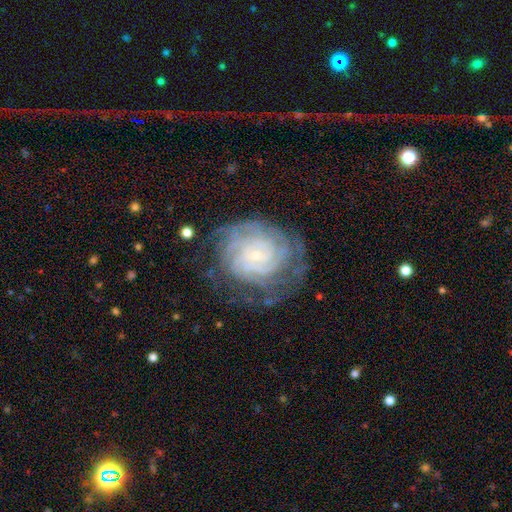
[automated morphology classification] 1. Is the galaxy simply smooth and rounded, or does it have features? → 85% featured or disk, 8% smooth, 6% star or artifact.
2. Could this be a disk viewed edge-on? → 98% no, 2% yes.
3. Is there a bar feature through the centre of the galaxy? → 72% no, 23% weak, 5% strong.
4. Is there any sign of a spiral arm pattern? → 96% yes, 4% no.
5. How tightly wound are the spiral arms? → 80% tight, 16% medium, 3% loose.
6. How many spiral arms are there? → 36% can't tell, 22% 4, 13% 3, 13% more than 4, 11% 2, 6% 1.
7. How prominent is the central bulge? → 84% small, 11% moderate, 3% none, 1% large, 1% dominant.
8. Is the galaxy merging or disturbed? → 67% none, 21% minor disturbance, 11% major disturbance, 2% merger.